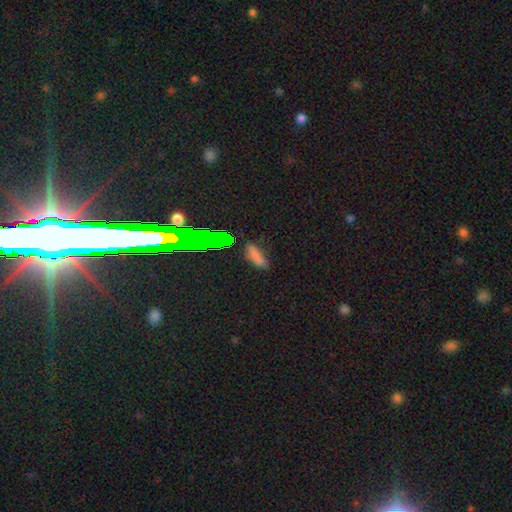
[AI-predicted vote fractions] This is likely a smooth galaxy (72%). How rounded: possibly in between (50%). Merging: likely none (76%).